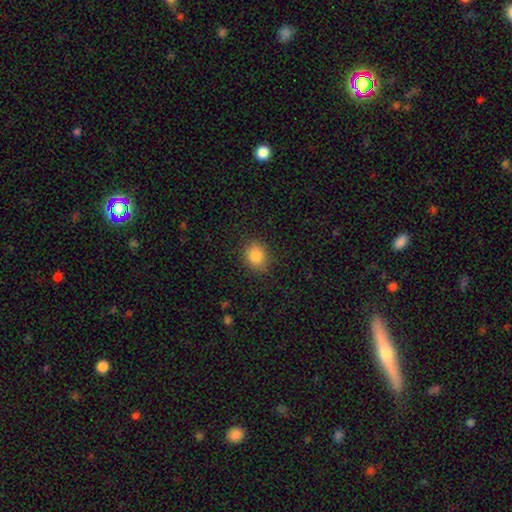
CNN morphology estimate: A smooth galaxy with no disk features (85%) that is round (50%).

Vote fractions:
- Smooth or featured? smooth: 85% / star or artifact: 10% / featured or disk: 5%
- How rounded? round: 50% / in between: 49% / cigar-shaped: 1%
- Merging? none: 86% / minor disturbance: 10% / major disturbance: 3% / merger: 1%